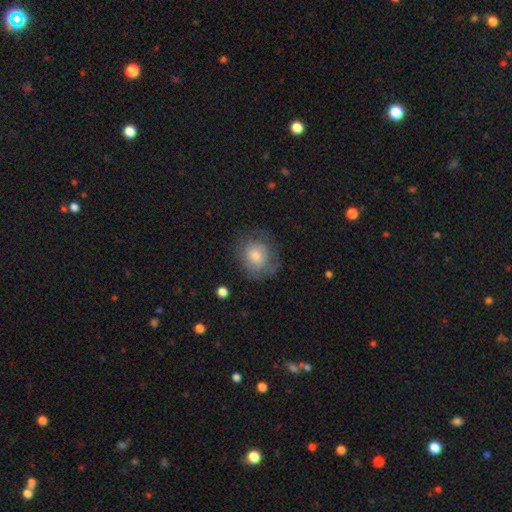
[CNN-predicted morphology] Smooth or featured?
  - smooth: 64% *
  - featured or disk: 27%
  - star or artifact: 9%
How rounded?
  - round: 79% *
  - in between: 20%
  - cigar-shaped: 1%
Merging?
  - none: 70% *
  - minor disturbance: 19%
  - major disturbance: 9%
  - merger: 1%